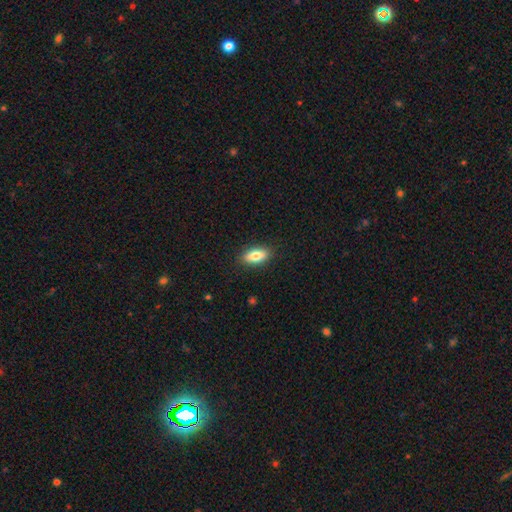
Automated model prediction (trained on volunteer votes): Smooth or featured? smooth (81%)
How rounded? in between (85%)
Merging? none (88%)